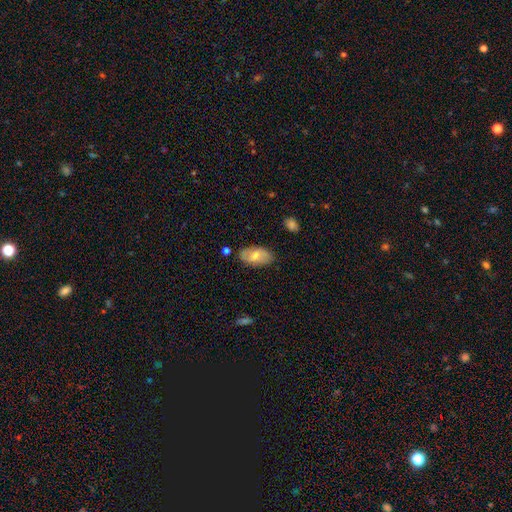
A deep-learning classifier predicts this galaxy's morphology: smooth_or_featured: smooth (p=0.62) [alt: featured or disk p=0.32]
how_rounded: in between (p=0.94) [alt: round p=0.04]
merging: none (p=0.78) [alt: minor disturbance p=0.16]